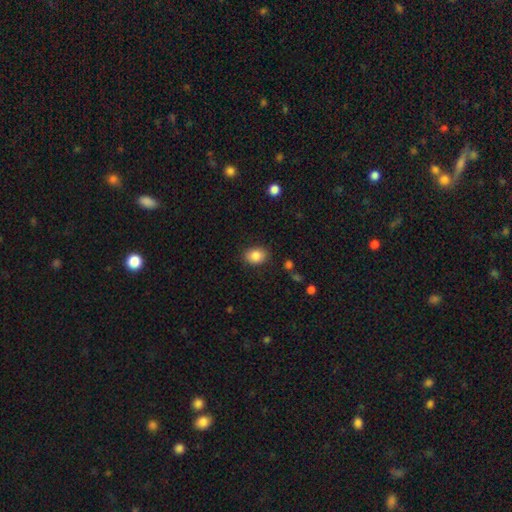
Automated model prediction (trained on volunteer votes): Smooth or featured? smooth (86%)
How rounded? in between (69%)
Merging? none (85%)